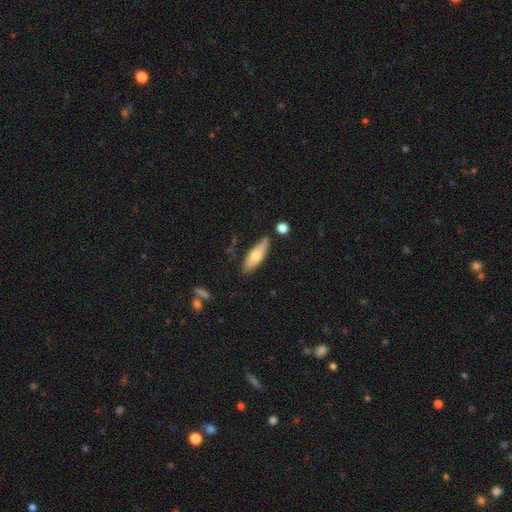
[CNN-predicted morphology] This is likely a smooth galaxy (66%). How rounded: possibly in between (57%). Merging: likely none (75%).